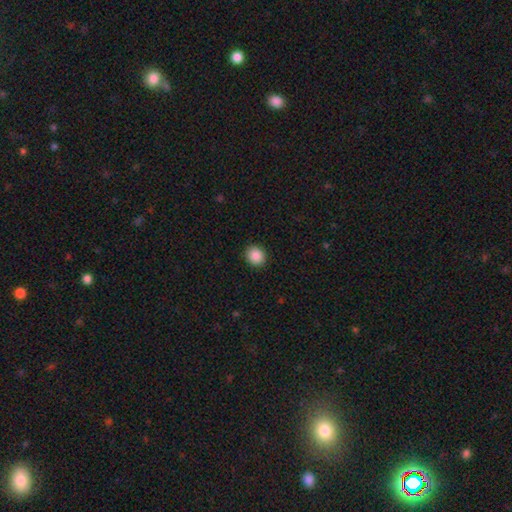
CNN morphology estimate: Smooth or featured? smooth (89%)
How rounded? round (80%)
Merging? none (91%)